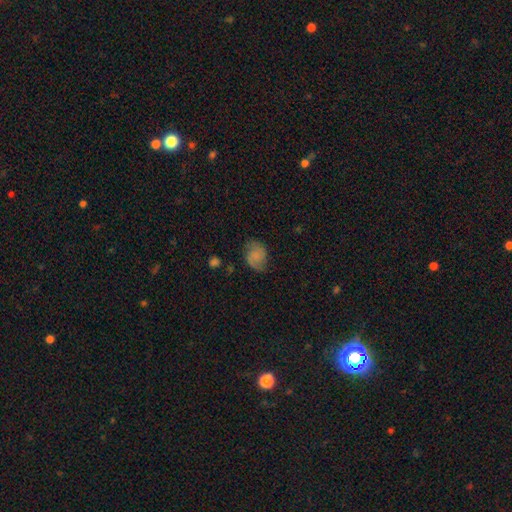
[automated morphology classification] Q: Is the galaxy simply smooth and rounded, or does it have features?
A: smooth — 56%.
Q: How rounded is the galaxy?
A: in between — 56%.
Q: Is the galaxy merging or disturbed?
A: none — 66%.